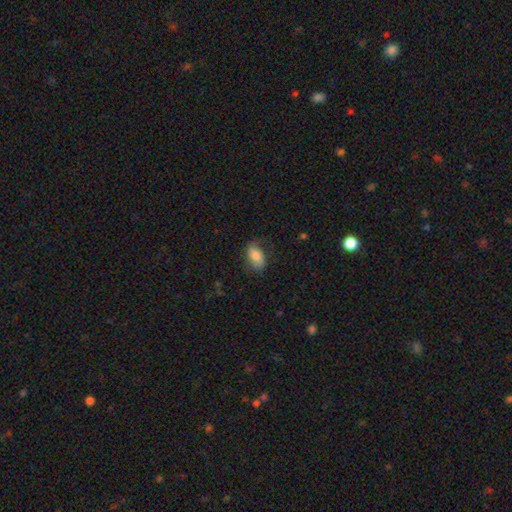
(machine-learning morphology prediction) A smooth galaxy with no disk features (74%) that is in between round and cigar-shaped (91%). Merging: none (66%).